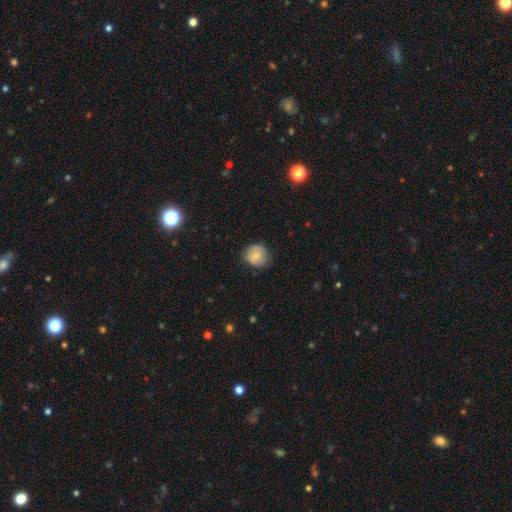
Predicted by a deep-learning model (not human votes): A smooth galaxy with no disk features (77%) that is round (87%).

Vote fractions:
- Smooth or featured? smooth: 77% / featured or disk: 15% / star or artifact: 8%
- How rounded? round: 87% / in between: 12% / cigar-shaped: 1%
- Merging? none: 75% / minor disturbance: 20% / major disturbance: 4% / merger: 1%